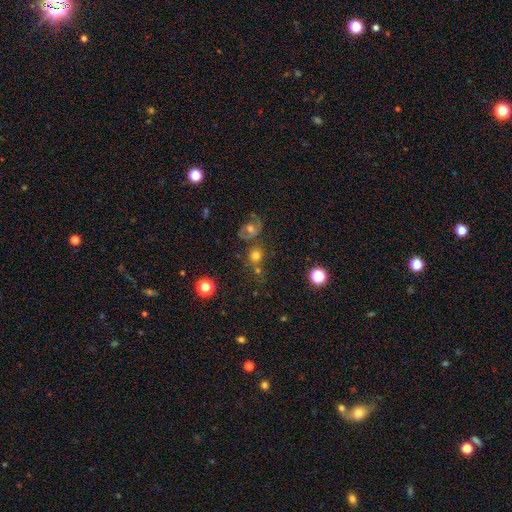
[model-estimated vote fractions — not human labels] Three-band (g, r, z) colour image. It shows a smooth galaxy with no disk features (68%) that is round (83%). Merging: none (59%).